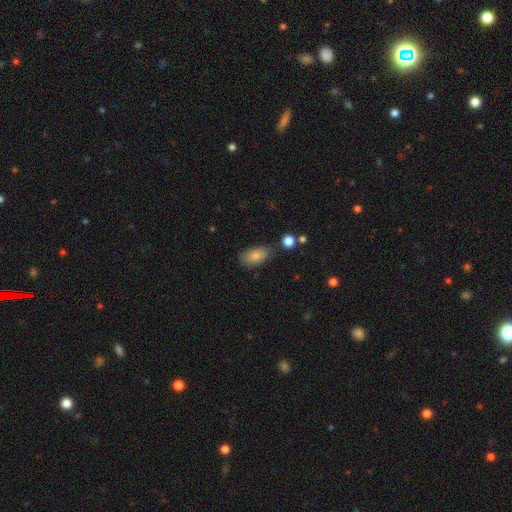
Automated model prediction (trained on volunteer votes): This appears to be a smooth galaxy with no disk features (83%) that is in between round and cigar-shaped (92%). Merging: none (72%).